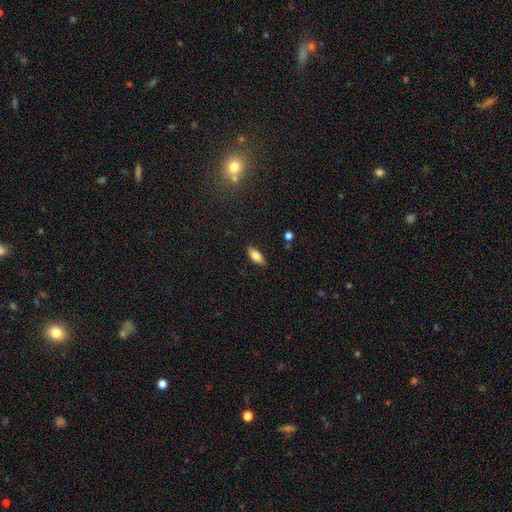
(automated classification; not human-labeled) This is clearly a smooth galaxy (81%). How rounded: clearly in between (84%). Merging: clearly none (86%).